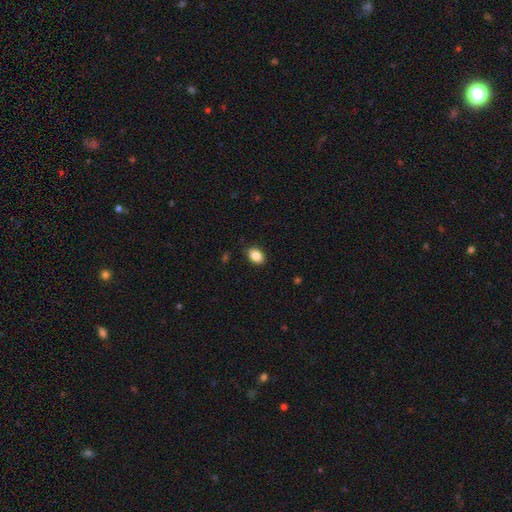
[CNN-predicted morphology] The model was most divided on "how rounded": in between: 79%, round: 20%, cigar-shaped: 1%. More confident: merging — none (88%); smooth or featured — smooth (87%).